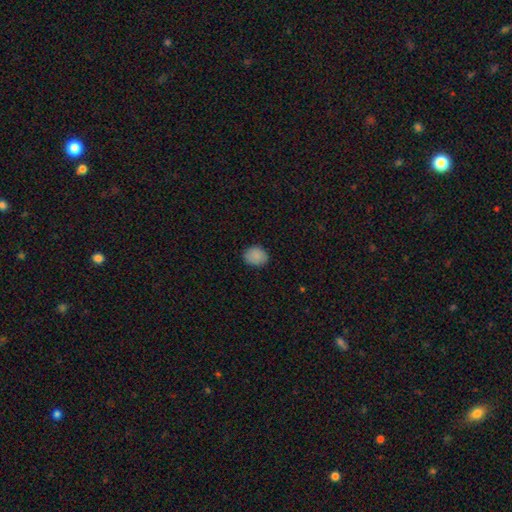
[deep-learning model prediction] Smooth or featured? Predicted: smooth (p=0.87). How rounded? Predicted: round (p=0.57). Merging? Predicted: none (p=0.86).